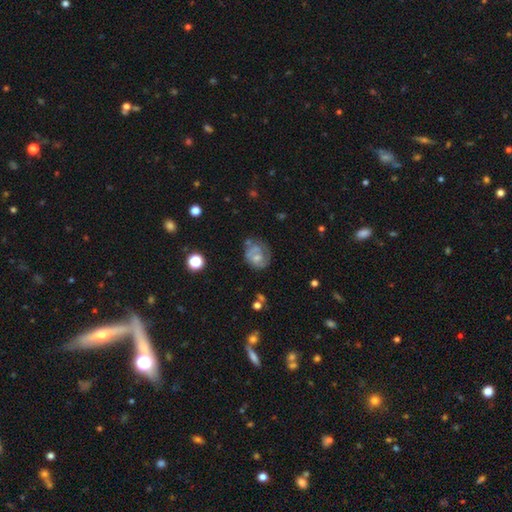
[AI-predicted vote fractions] Q: Smooth or featured?
A: featured or disk (56%); runner-up: smooth (34%)
Q: Edge-on disk?
A: no (98%); runner-up: yes (2%)
Q: Bar?
A: no (66%); runner-up: weak (28%)
Q: Spiral arms?
A: yes (61%); runner-up: no (39%)
Q: Bulge size?
A: moderate (43%); runner-up: small (39%)
Q: Merging?
A: none (48%); runner-up: minor disturbance (27%)